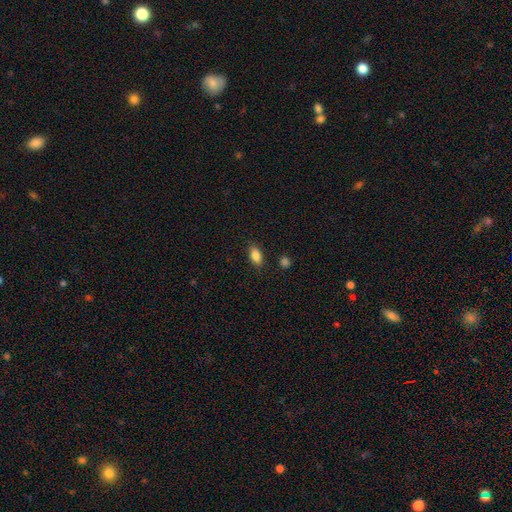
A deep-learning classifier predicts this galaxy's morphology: Smooth or featured? smooth (86%)
How rounded? in between (88%)
Merging? none (84%)